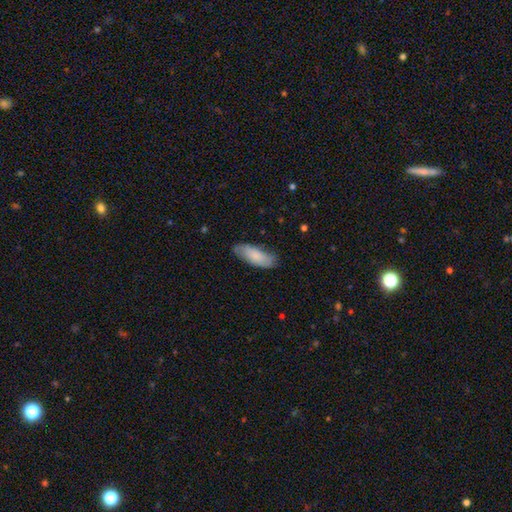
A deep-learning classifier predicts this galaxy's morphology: type=smooth (78%); roundness=in between (76%); merging=none (76%).